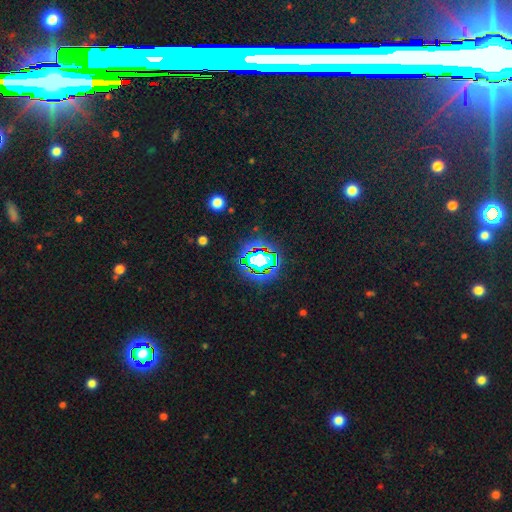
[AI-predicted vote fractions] Smooth or featured: star or artifact — 73% (smooth — 17%)